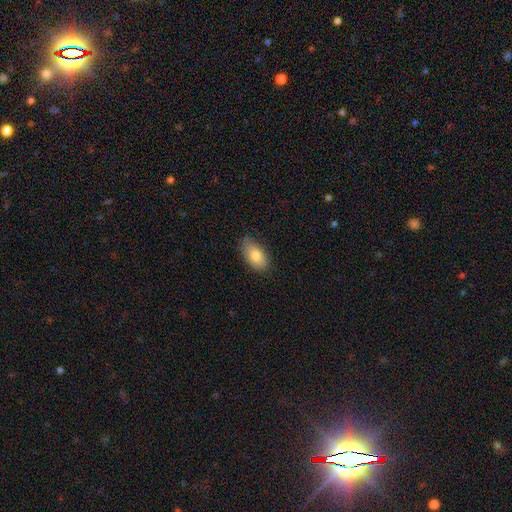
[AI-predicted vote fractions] Morphology: type=smooth (79%); roundness=in between (92%); merging=none (74%).